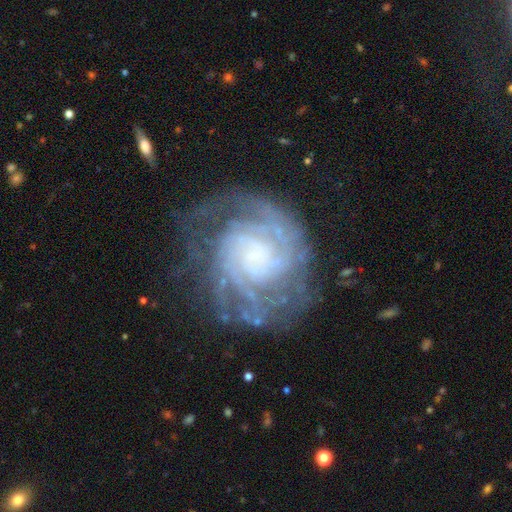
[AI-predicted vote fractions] smooth_or_featured: featured or disk (p=0.87) [alt: smooth p=0.07]
disk_edge_on: no (p=0.98) [alt: yes p=0.02]
bar: no (p=0.67) [alt: weak p=0.26]
has_spiral_arms: yes (p=0.97) [alt: no p=0.03]
spiral_winding: tight (p=0.69) [alt: medium p=0.25]
spiral_arm_count: can't tell (p=0.30) [alt: 2 p=0.25]
bulge_size: small (p=0.39) [alt: none p=0.33]
merging: none (p=0.70) [alt: minor disturbance p=0.17]